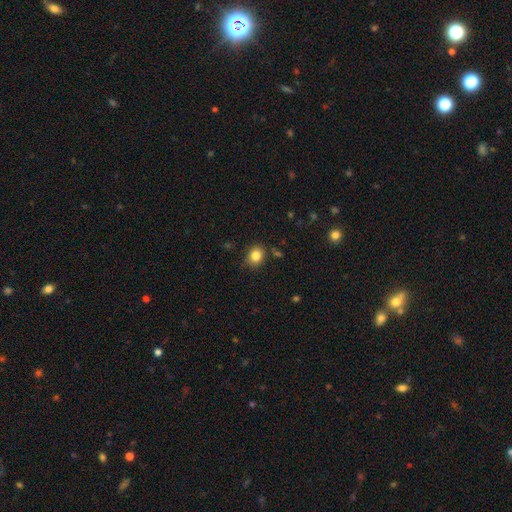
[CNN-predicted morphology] smooth_or_featured: smooth (p=0.83) [alt: star or artifact p=0.11]
how_rounded: round (p=0.64) [alt: in between p=0.35]
merging: none (p=0.83) [alt: minor disturbance p=0.12]